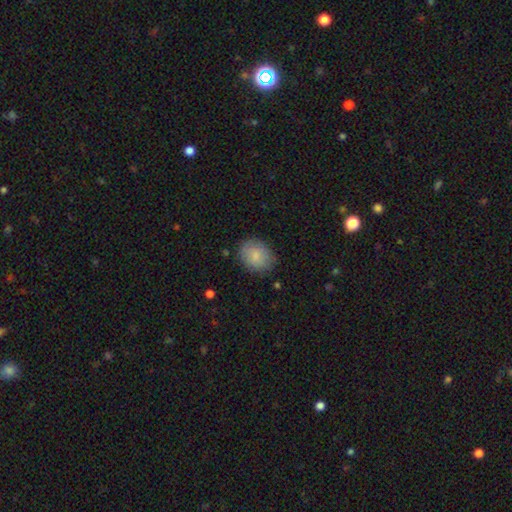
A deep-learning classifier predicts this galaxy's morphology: A smooth galaxy with no disk features (81%) that is in between round and cigar-shaped (59%). Merging: none (78%).